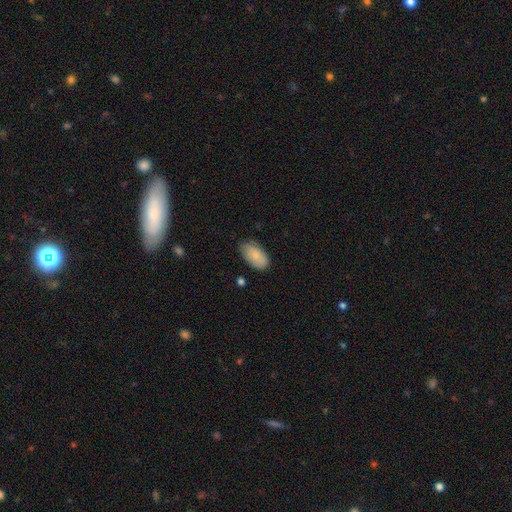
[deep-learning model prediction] smooth-or-featured: smooth: 85% | featured or disk: 9% | star or artifact: 6%
  how-rounded: in between: 95% | round: 4% | cigar-shaped: 2%
  merging: none: 76% | minor disturbance: 19% | major disturbance: 3% | merger: 2%